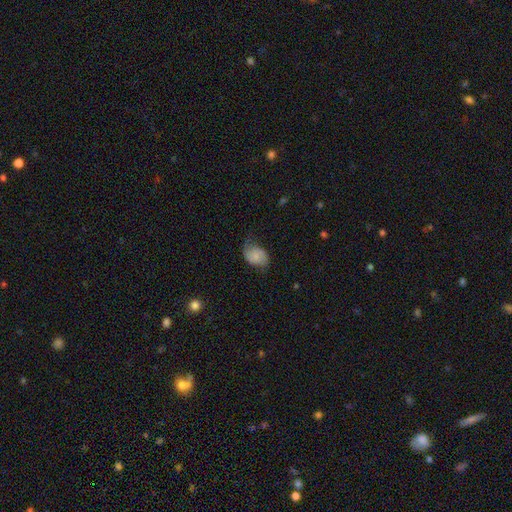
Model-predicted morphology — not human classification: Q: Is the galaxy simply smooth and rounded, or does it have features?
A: smooth — 60%.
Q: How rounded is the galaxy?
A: in between — 78%.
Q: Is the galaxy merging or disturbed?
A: none — 52%.